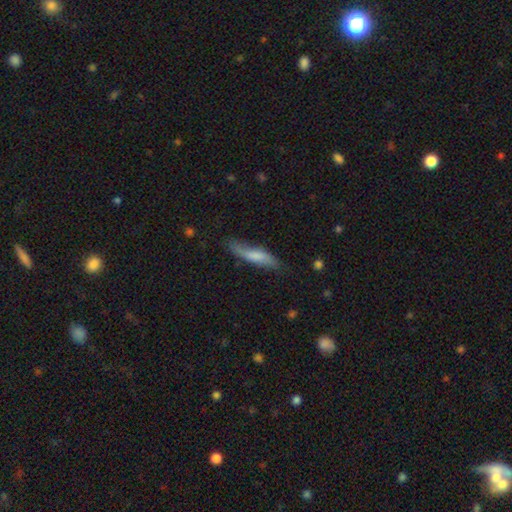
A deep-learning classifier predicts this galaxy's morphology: smooth_or_featured: smooth (p=0.65) [alt: featured or disk p=0.29]
how_rounded: cigar-shaped (p=0.81) [alt: in between p=0.17]
merging: none (p=0.65) [alt: minor disturbance p=0.27]